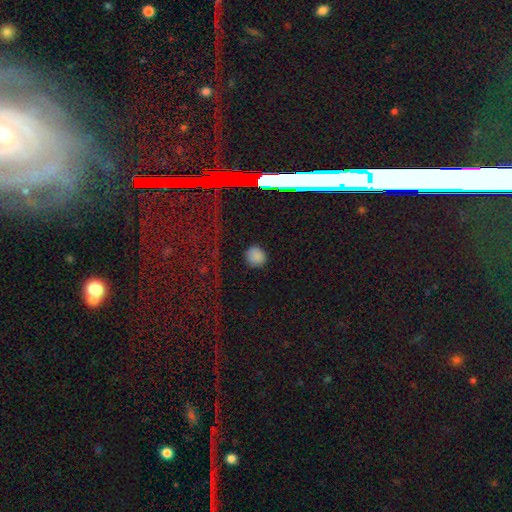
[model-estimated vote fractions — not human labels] This appears to be a smooth galaxy with no disk features (79%) that is round (88%). Merging: none (88%).